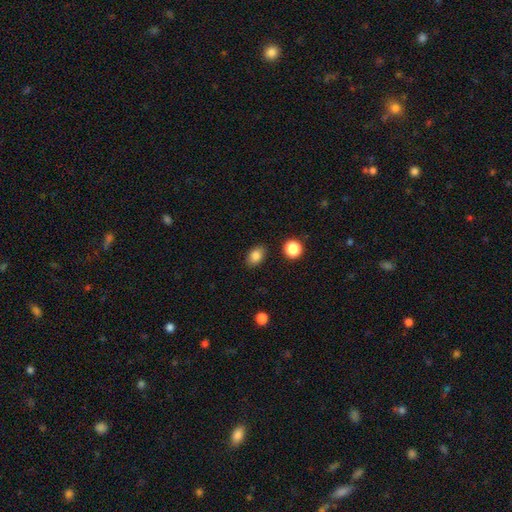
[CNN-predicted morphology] smooth-or-featured: smooth: 84% | star or artifact: 10% | featured or disk: 6%
  how-rounded: in between: 75% | round: 24% | cigar-shaped: 1%
  merging: none: 86% | minor disturbance: 10% | major disturbance: 2% | merger: 2%